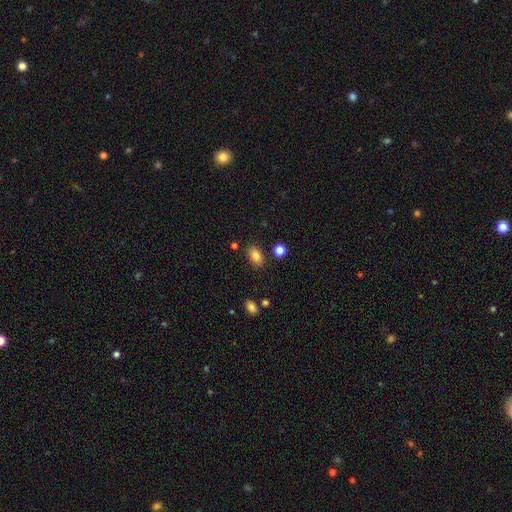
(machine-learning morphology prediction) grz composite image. It shows a smooth galaxy with no disk features (83%) that is in between round and cigar-shaped (82%). Merging: none (83%).